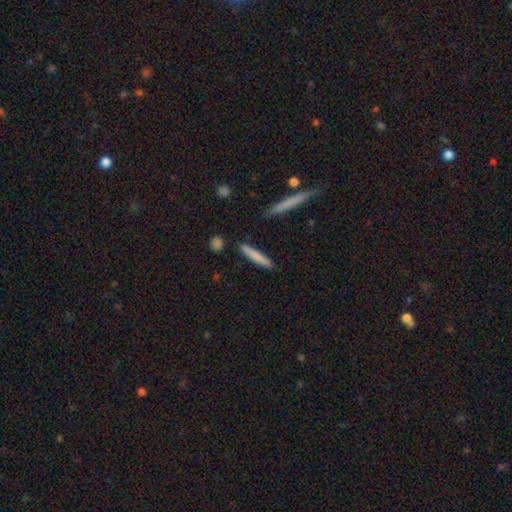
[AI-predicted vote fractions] Smooth or featured? Predicted: smooth (p=0.75). How rounded? Predicted: cigar-shaped (p=0.93). Merging? Predicted: none (p=0.88).